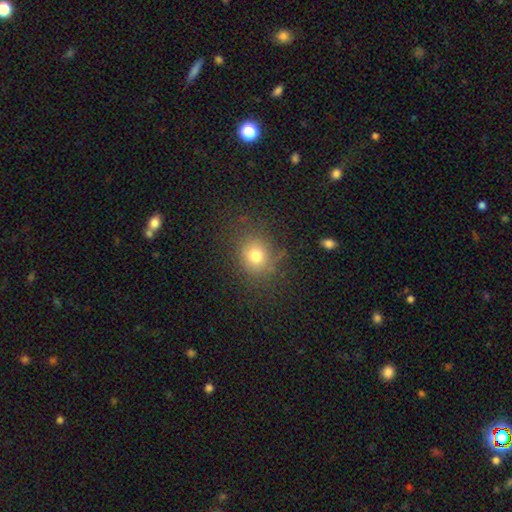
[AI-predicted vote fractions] This is likely a smooth galaxy (75%). How rounded: likely round (75%). Merging: likely none (77%).